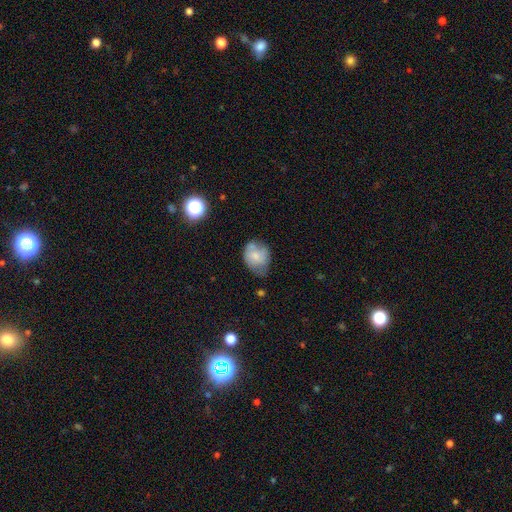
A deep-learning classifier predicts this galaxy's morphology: A smooth galaxy with no disk features (68%) that is in between round and cigar-shaped (53%). Merging: none (41%).